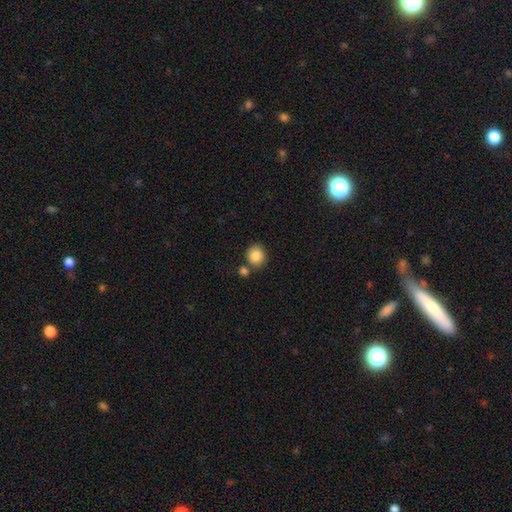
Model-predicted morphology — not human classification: The model was most divided on "merging": none: 73%, merger: 14%, minor disturbance: 10%, major disturbance: 3%. More confident: smooth or featured — smooth (87%); how rounded — round (81%).